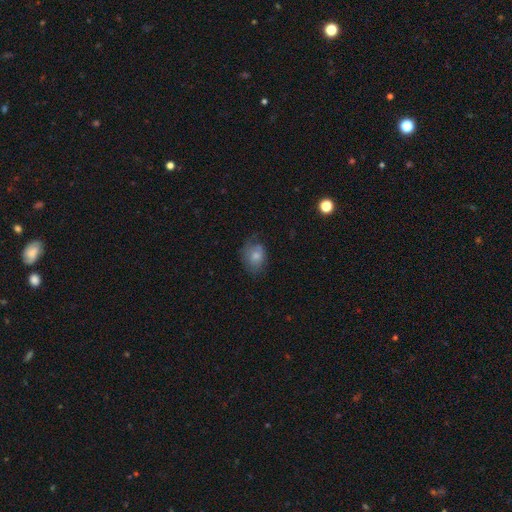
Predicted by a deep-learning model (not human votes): The model was most divided on "merging": none: 57%, minor disturbance: 29%, major disturbance: 13%, merger: 2%. More confident: smooth or featured — smooth (75%); how rounded — in between (65%).